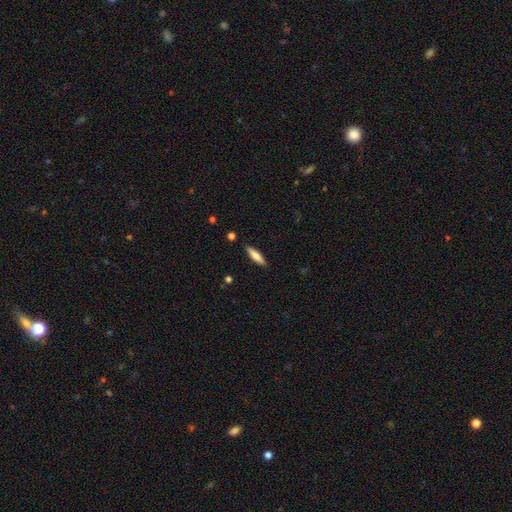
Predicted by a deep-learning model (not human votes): Morphology: type=smooth (73%); roundness=cigar-shaped (72%); merging=none (89%).